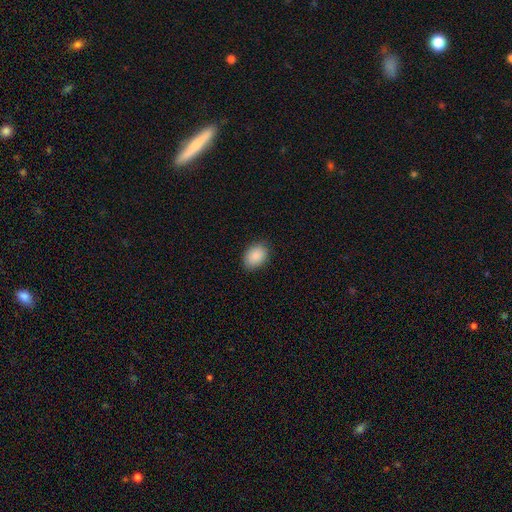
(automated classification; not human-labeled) The model was most divided on "how rounded": in between: 77%, round: 22%, cigar-shaped: 1%. More confident: smooth or featured — smooth (88%); merging — none (87%).